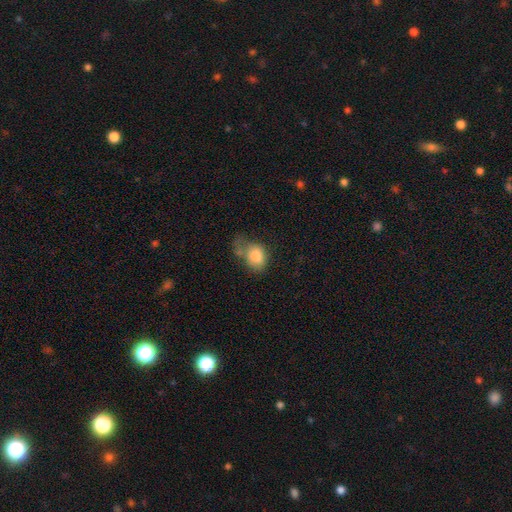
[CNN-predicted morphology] This appears to be a smooth galaxy with no disk features (80%) that is in between round and cigar-shaped (66%). Merging: none (30%).